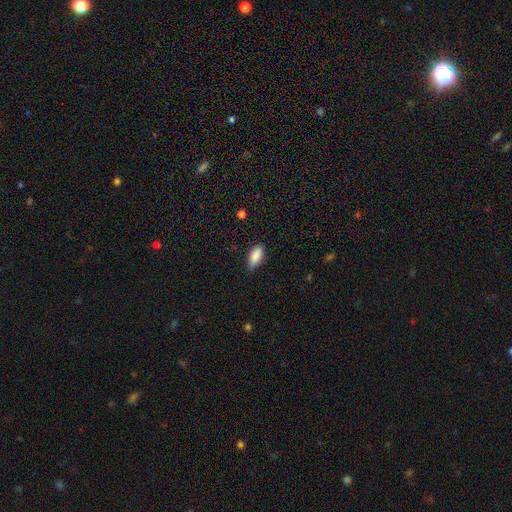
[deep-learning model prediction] Smooth or featured?
  - smooth: 87% *
  - star or artifact: 7%
  - featured or disk: 6%
How rounded?
  - in between: 88% *
  - cigar-shaped: 9%
  - round: 2%
Merging?
  - none: 76% *
  - minor disturbance: 20%
  - major disturbance: 3%
  - merger: 1%